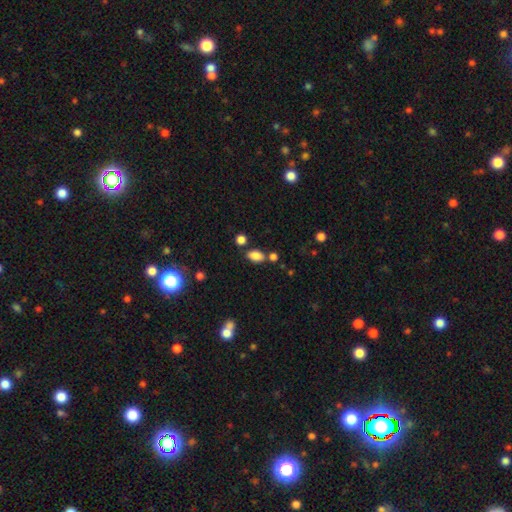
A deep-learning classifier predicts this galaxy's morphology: Smooth or featured?
  - smooth: 83% *
  - star or artifact: 10%
  - featured or disk: 6%
How rounded?
  - in between: 89% *
  - round: 9%
  - cigar-shaped: 2%
Merging?
  - none: 69% *
  - merger: 14%
  - minor disturbance: 13%
  - major disturbance: 4%